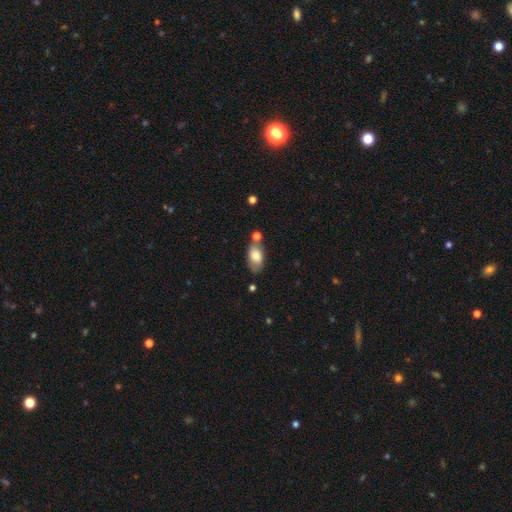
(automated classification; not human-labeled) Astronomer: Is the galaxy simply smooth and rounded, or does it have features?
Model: smooth — 78%.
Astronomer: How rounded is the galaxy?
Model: in between — 91%.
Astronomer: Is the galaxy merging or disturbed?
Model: none — 60%.